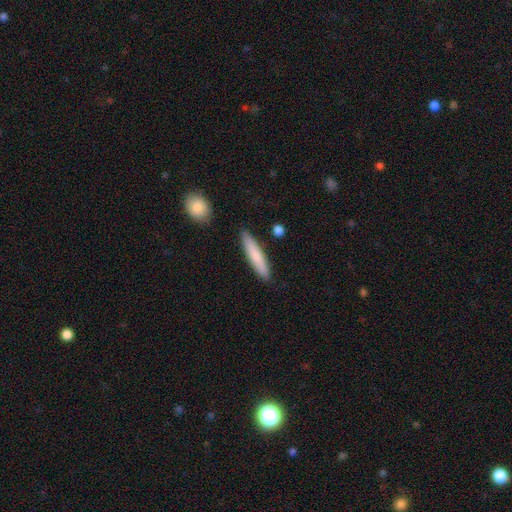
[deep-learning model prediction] smooth 76%, featured or disk 18%, star or artifact 6%. Down the decision tree: how rounded — cigar-shaped (87%); merging — none (87%).